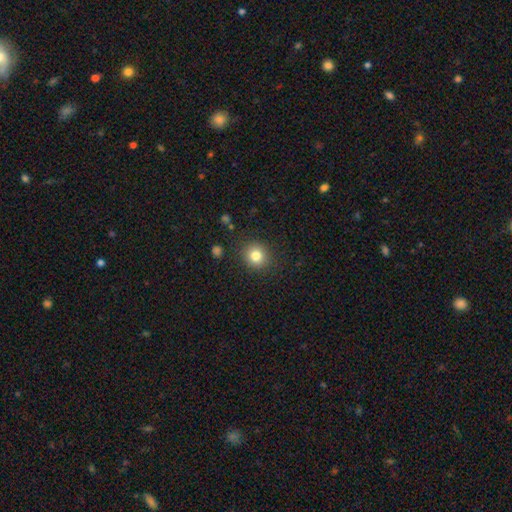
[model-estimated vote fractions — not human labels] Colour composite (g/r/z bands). It shows a smooth galaxy with no disk features (81%) that is round (87%). Merging: none (89%).